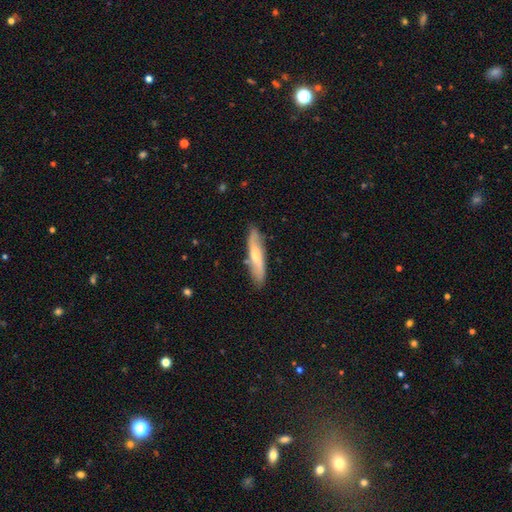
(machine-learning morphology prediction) A smooth galaxy with no disk features (49%). Merging: none (82%).